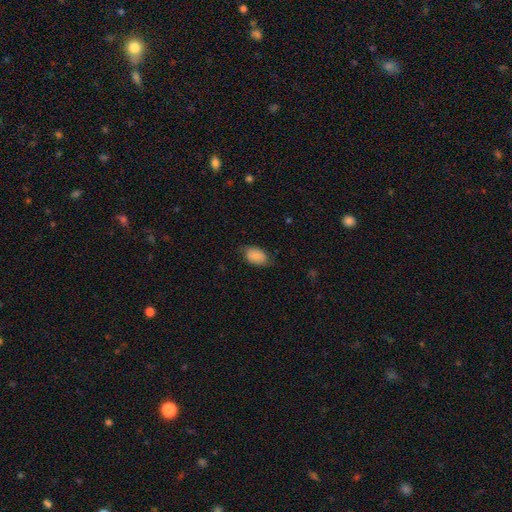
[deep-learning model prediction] Morphology: type=smooth (84%); roundness=in between (89%); merging=none (68%).